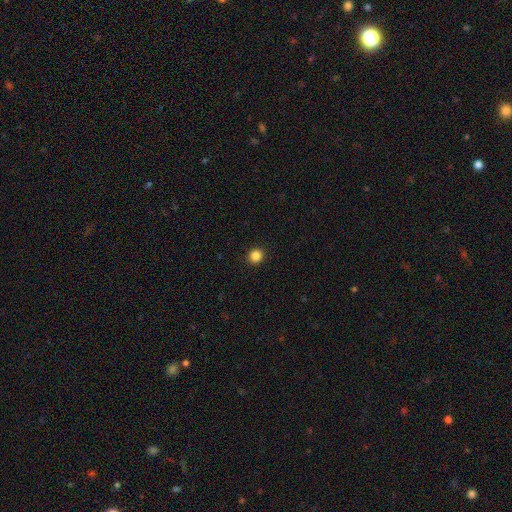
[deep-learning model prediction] A smooth galaxy with no disk features (86%) that is round (93%).

Vote fractions:
- Smooth or featured? smooth: 86% / star or artifact: 11% / featured or disk: 3%
- How rounded? round: 93% / in between: 6% / cigar-shaped: 1%
- Merging? none: 93% / minor disturbance: 4% / major disturbance: 2% / merger: 1%